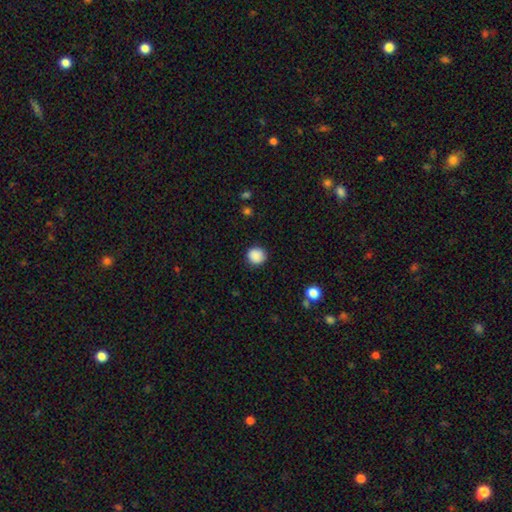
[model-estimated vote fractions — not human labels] Smooth or featured: smooth — 89% (star or artifact — 9%)
How rounded: round — 90% (in between — 9%)
Merging: none — 90% (minor disturbance — 7%)